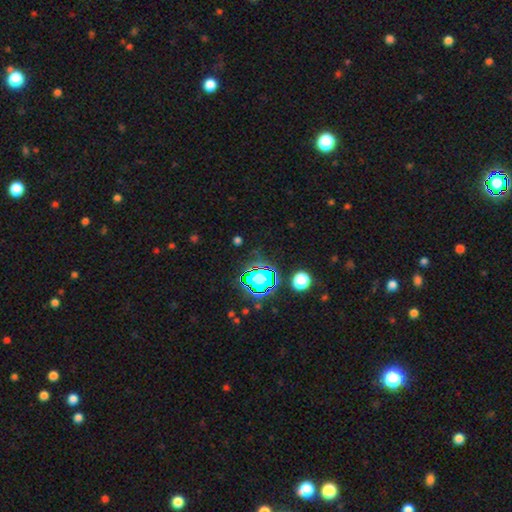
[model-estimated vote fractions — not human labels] Overall: star or artifact (77%).